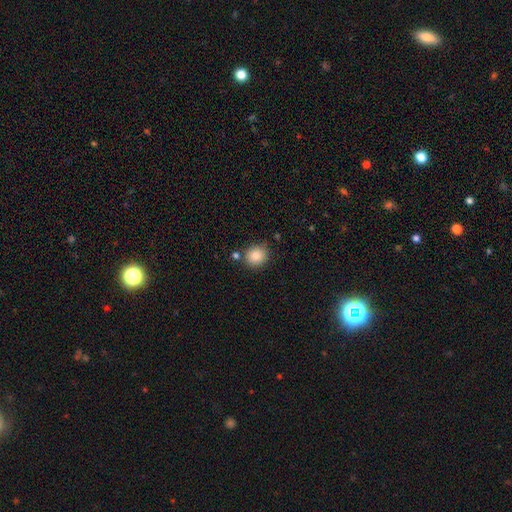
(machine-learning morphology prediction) type=smooth (87%); roundness=round (79%); merging=none (80%).